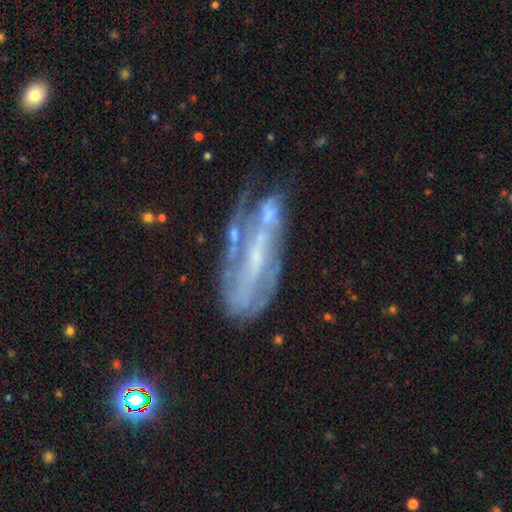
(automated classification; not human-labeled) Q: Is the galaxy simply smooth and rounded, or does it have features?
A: featured or disk — 75%.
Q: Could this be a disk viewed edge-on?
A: no — 84%.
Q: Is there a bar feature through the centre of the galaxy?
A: strong — 38%.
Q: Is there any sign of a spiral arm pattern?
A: yes — 70%.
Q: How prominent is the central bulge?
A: small — 51%.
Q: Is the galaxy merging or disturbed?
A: none — 42%.